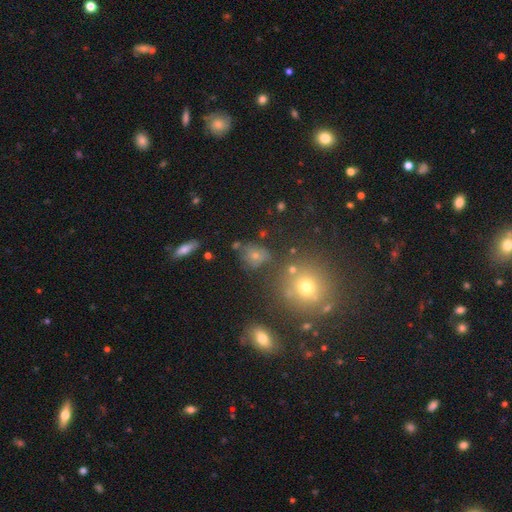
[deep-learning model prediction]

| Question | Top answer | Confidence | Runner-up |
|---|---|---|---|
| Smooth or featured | smooth | 59% | star or artifact (22%) |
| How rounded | round | 61% | in between (37%) |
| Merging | none | 59% | minor disturbance (20%) |